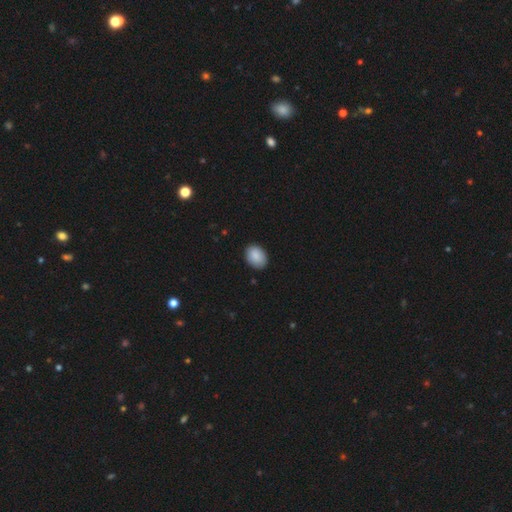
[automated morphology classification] This appears to be a smooth galaxy with no disk features (88%) that is in between round and cigar-shaped (72%). Merging: none (87%).